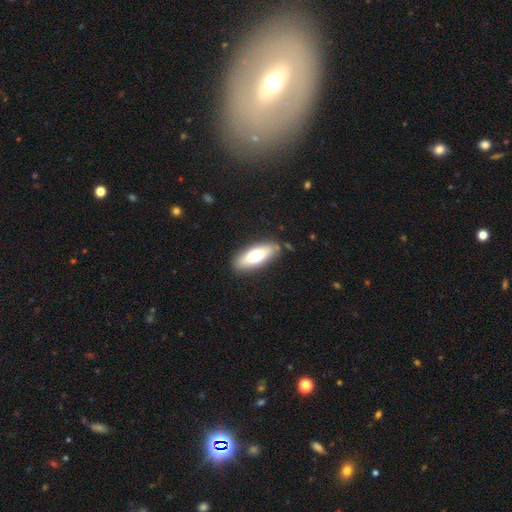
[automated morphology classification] This is likely a smooth galaxy (69%). How rounded: likely in between (68%). Merging: clearly none (85%).